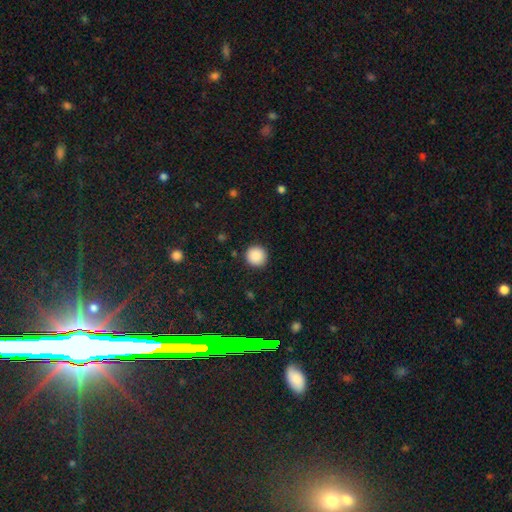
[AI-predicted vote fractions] smooth 89%, star or artifact 8%, featured or disk 3%. Down the decision tree: how rounded — round (95%); merging — none (92%).